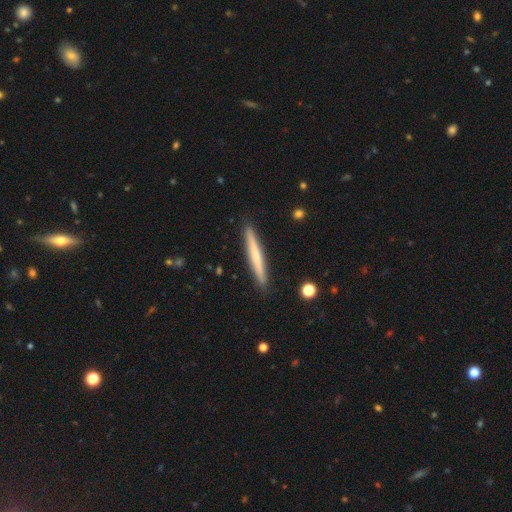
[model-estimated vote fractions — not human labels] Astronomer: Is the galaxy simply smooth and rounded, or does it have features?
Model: smooth — 53% (runner-up: featured or disk, 42%).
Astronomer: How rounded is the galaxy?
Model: cigar-shaped — 97%.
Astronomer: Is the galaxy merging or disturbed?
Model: none — 92%.